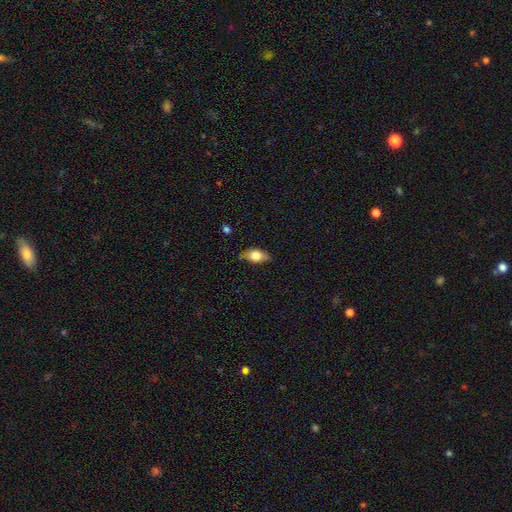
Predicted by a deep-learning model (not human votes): smooth_or_featured: smooth (p=0.71) [alt: featured or disk p=0.22]
how_rounded: in between (p=0.88) [alt: round p=0.07]
merging: none (p=0.75) [alt: minor disturbance p=0.20]